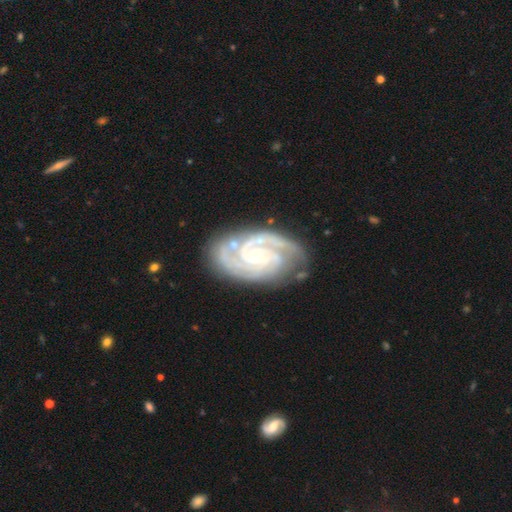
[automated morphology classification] A featured or disk galaxy (93%) with no bar (62%), 3 (38%) tight (69%) spiral arms (99%) and a small central bulge (69%).

Vote fractions:
- Smooth or featured? featured or disk: 93% / star or artifact: 4% / smooth: 3%
- Edge-on disk? no: 97% / yes: 3%
- Bar? no: 62% / weak: 28% / strong: 10%
- Spiral arms? yes: 99% / no: 1%
- Spiral winding? tight: 69% / medium: 28% / loose: 3%
- Spiral arm count? 3: 38% / 2: 36% / 4: 9% / can't tell: 8% / more than 4: 4% / 1: 4%
- Bulge size? small: 69% / moderate: 28% / none: 1% / large: 1% / dominant: 1%
- Merging? none: 75% / minor disturbance: 18% / major disturbance: 5% / merger: 2%